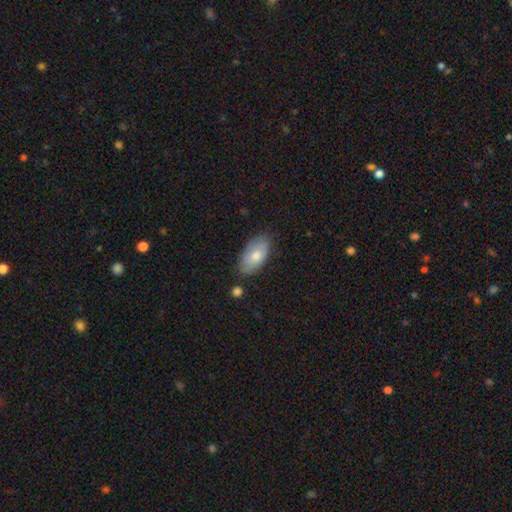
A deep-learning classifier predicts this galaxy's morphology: Overall: smooth (72%). How rounded: in between (93%). Merging: none (79%).